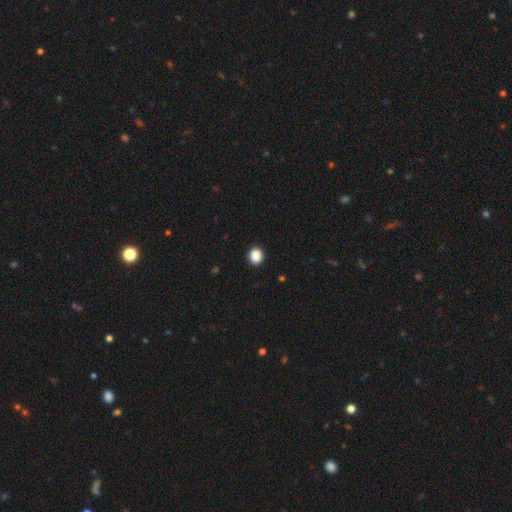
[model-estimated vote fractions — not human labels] Morphology: type=smooth (88%); roundness=round (78%); merging=none (93%).